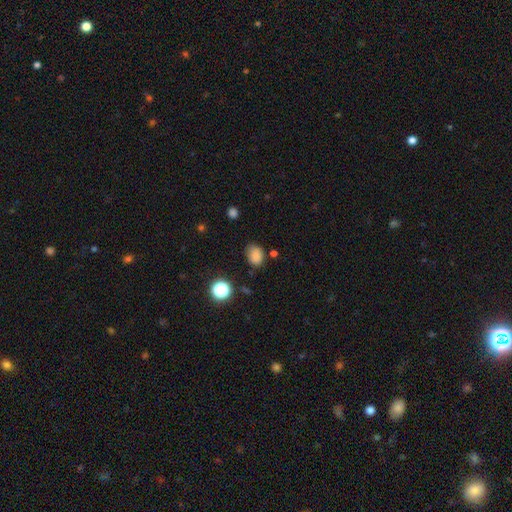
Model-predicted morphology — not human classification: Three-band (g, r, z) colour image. It shows a smooth galaxy with no disk features (80%) that is in between round and cigar-shaped (57%). Merging: none (68%).